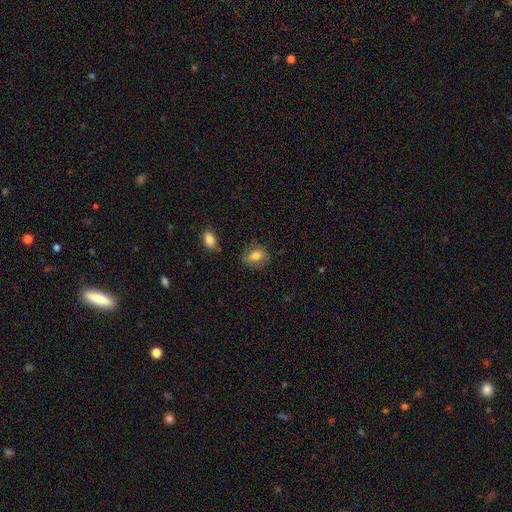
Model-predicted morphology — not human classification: Q: Smooth or featured?
A: smooth (76%); runner-up: featured or disk (15%)
Q: How rounded?
A: in between (69%); runner-up: round (29%)
Q: Merging?
A: none (72%); runner-up: minor disturbance (20%)